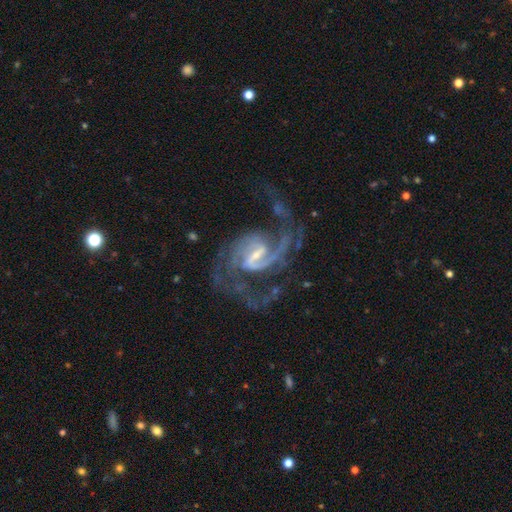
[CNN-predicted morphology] A featured or disk galaxy (92%) with a weak bar (49%), 2 (75%) medium (55%) spiral arms (98%) and a small central bulge (61%).

Vote fractions:
- Smooth or featured? featured or disk: 92% / star or artifact: 5% / smooth: 3%
- Edge-on disk? no: 98% / yes: 2%
- Bar? weak: 49% / strong: 39% / no: 11%
- Spiral arms? yes: 98% / no: 2%
- Spiral winding? medium: 55% / loose: 25% / tight: 21%
- Spiral arm count? 2: 75% / 3: 9% / can't tell: 6% / 1: 4% / 4: 4% / more than 4: 3%
- Bulge size? small: 61% / moderate: 29% / none: 6% / large: 3% / dominant: 1%
- Merging? none: 53% / major disturbance: 26% / minor disturbance: 17% / merger: 4%